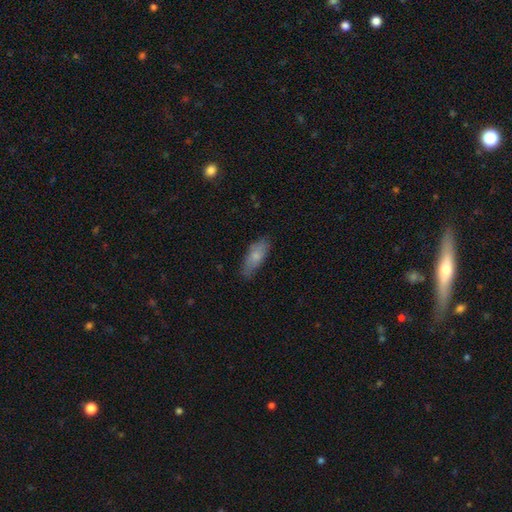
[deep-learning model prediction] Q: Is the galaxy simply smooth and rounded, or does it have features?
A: smooth — 74%.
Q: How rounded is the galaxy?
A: in between — 70%.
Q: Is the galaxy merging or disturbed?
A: none — 74%.